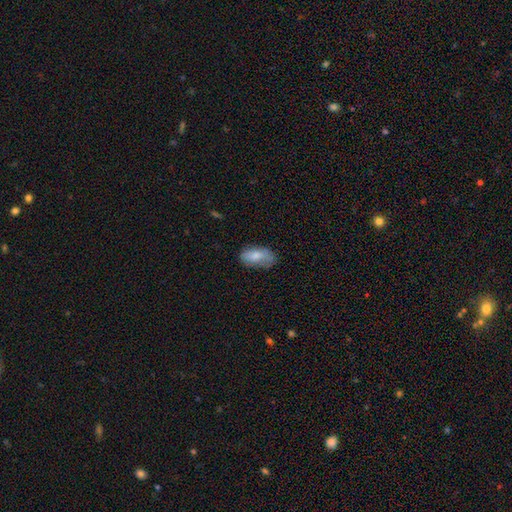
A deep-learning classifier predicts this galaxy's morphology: smooth_or_featured: smooth (p=0.76) [alt: featured or disk p=0.17]
how_rounded: in between (p=0.92) [alt: cigar-shaped p=0.04]
merging: none (p=0.59) [alt: minor disturbance p=0.29]